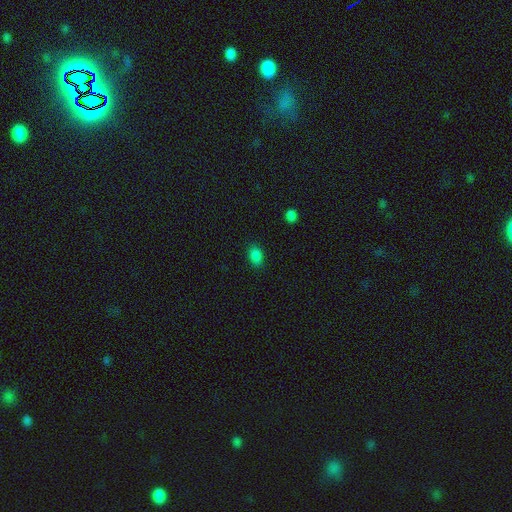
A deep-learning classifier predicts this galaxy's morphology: This is clearly a smooth galaxy (84%). How rounded: clearly in between (85%). Merging: clearly none (85%).